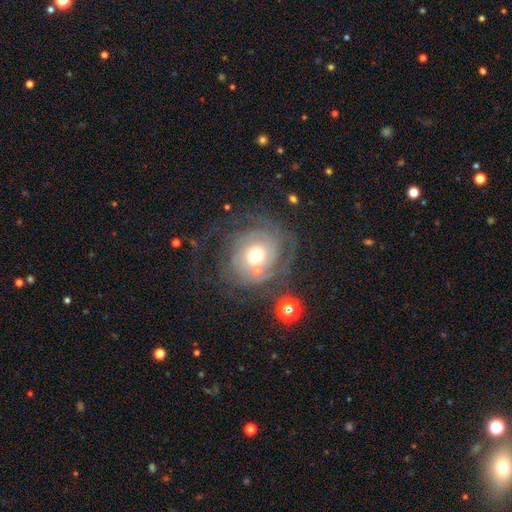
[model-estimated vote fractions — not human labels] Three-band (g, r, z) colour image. It shows a featured or disk galaxy (78%) with no bar (77%), tight (67%) spiral arms (90%) and a moderate central bulge (64%). Merging: none (60%).